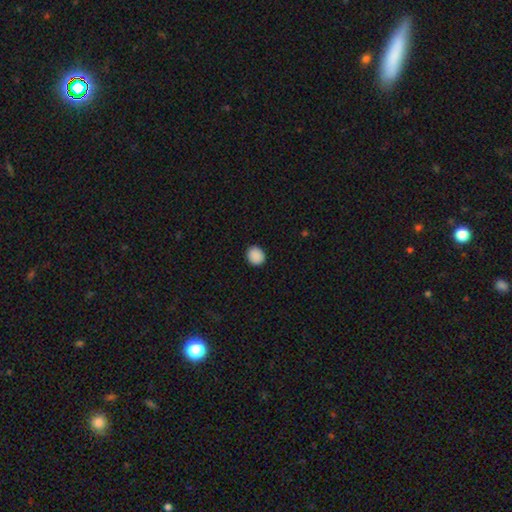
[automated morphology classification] Smooth or featured? Predicted: smooth (p=0.90). How rounded? Predicted: round (p=0.80). Merging? Predicted: none (p=0.91).